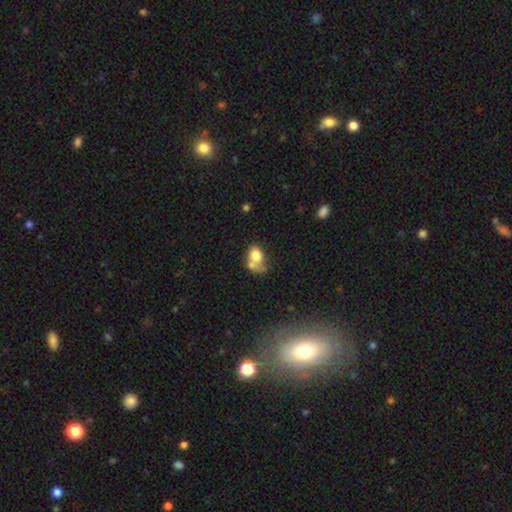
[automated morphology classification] smooth-or-featured: smooth: 72% | featured or disk: 18% | star or artifact: 10%
  how-rounded: in between: 60% | round: 39% | cigar-shaped: 1%
  merging: merger: 50% | none: 27% | minor disturbance: 13% | major disturbance: 10%